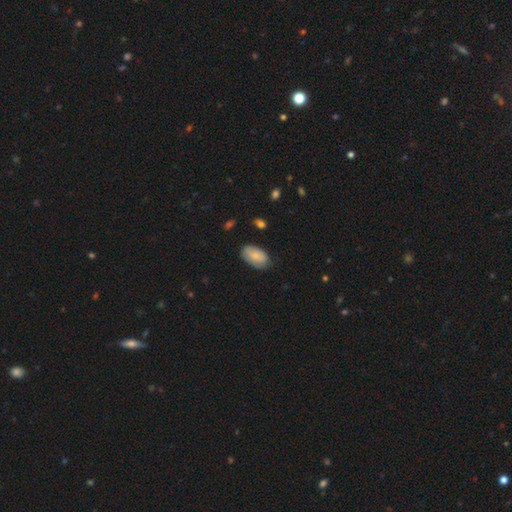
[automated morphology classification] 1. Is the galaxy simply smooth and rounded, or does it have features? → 78% smooth, 16% featured or disk, 6% star or artifact.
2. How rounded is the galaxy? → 94% in between, 5% round, 1% cigar-shaped.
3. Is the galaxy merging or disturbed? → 73% none, 22% minor disturbance, 4% major disturbance, 1% merger.